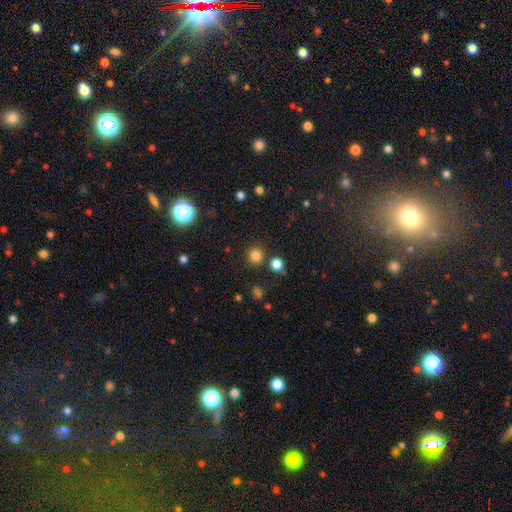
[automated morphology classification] A smooth galaxy with no disk features (81%) that is round (89%).

Vote fractions:
- Smooth or featured? smooth: 81% / star or artifact: 15% / featured or disk: 4%
- How rounded? round: 89% / in between: 10% / cigar-shaped: 1%
- Merging? none: 84% / minor disturbance: 7% / merger: 6% / major disturbance: 3%